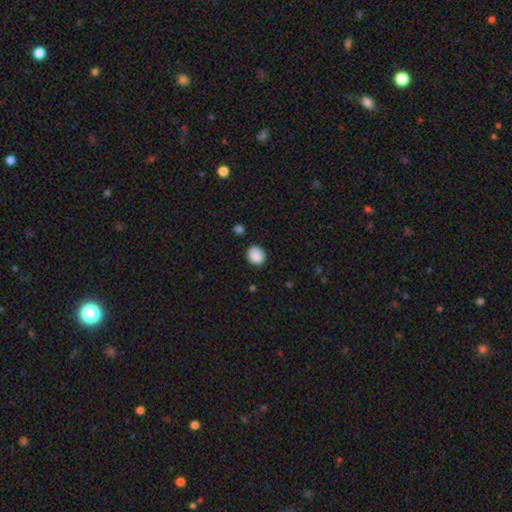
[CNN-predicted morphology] This is clearly a smooth galaxy (89%). How rounded: likely round (64%). Merging: clearly none (83%).